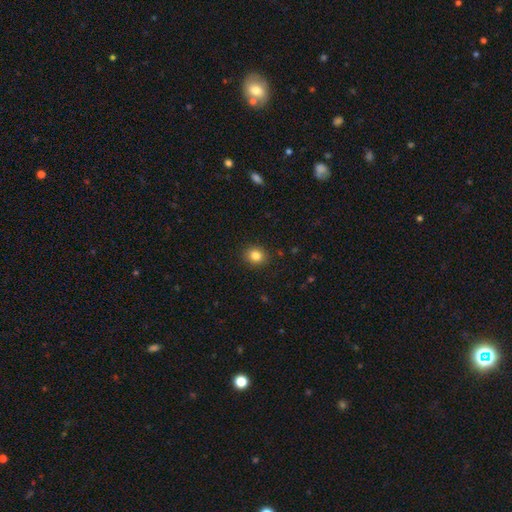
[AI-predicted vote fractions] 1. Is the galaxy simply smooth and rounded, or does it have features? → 84% smooth, 10% star or artifact, 5% featured or disk.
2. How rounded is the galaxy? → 72% round, 28% in between, 1% cigar-shaped.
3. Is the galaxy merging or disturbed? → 90% none, 7% minor disturbance, 2% major disturbance, 1% merger.